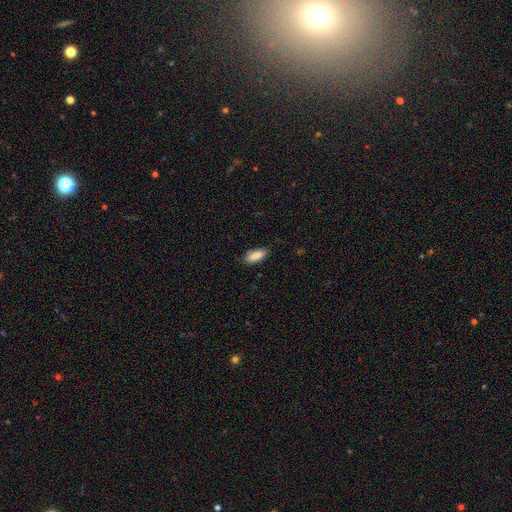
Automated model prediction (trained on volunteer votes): This is clearly a smooth galaxy (88%). How rounded: clearly in between (83%). Merging: clearly none (84%).